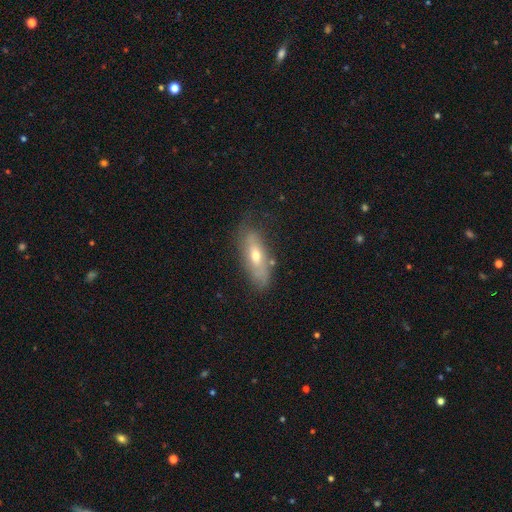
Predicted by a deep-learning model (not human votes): smooth_or_featured: featured or disk (p=0.47) [alt: smooth p=0.46]
merging: none (p=0.69) [alt: minor disturbance p=0.22]